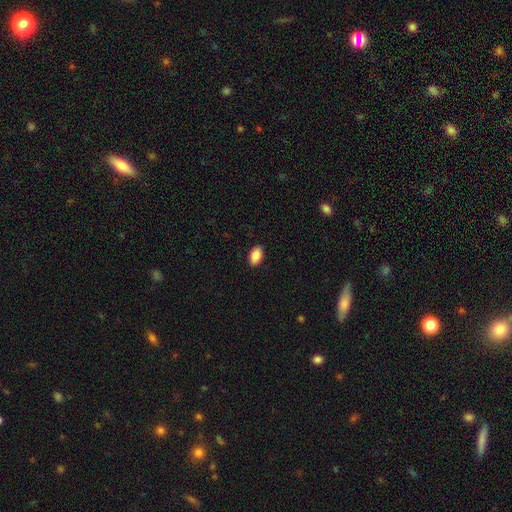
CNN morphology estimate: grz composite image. It shows a smooth galaxy with no disk features (88%) that is in between round and cigar-shaped (91%). Merging: none (88%).